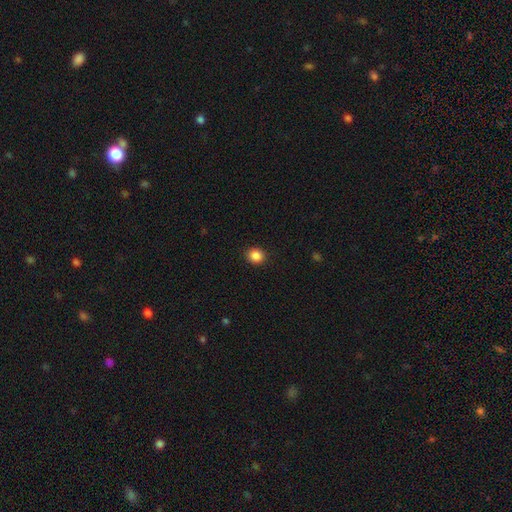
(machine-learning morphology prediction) Smooth or featured?
  - smooth: 87% *
  - star or artifact: 10%
  - featured or disk: 3%
How rounded?
  - round: 78% *
  - in between: 21%
  - cigar-shaped: 1%
Merging?
  - none: 90% *
  - minor disturbance: 7%
  - major disturbance: 2%
  - merger: 1%